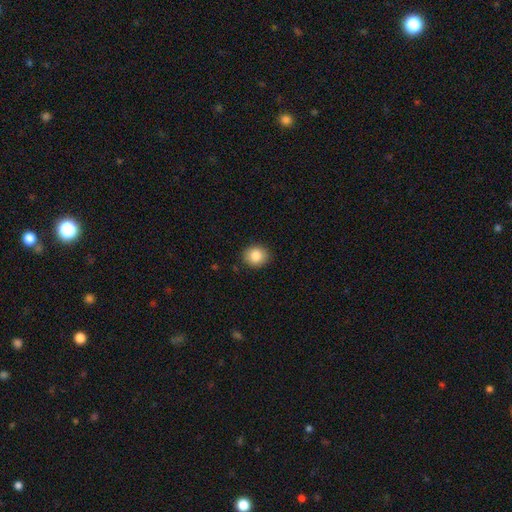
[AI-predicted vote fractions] Smooth or featured? smooth (85%)
How rounded? round (80%)
Merging? none (90%)